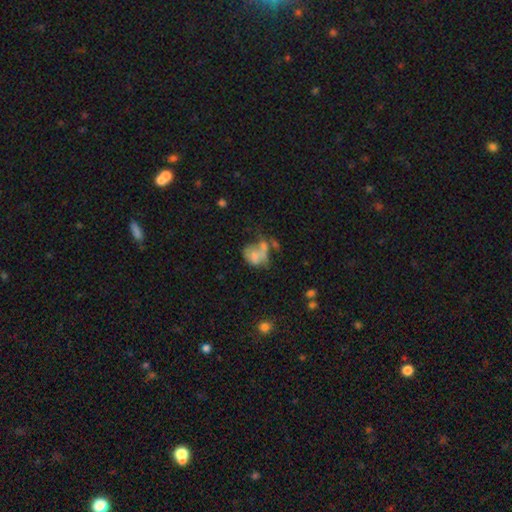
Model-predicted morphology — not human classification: smooth 57%, featured or disk 31%, star or artifact 11%. Down the decision tree: how rounded — in between (61%); merging — merger (35%).